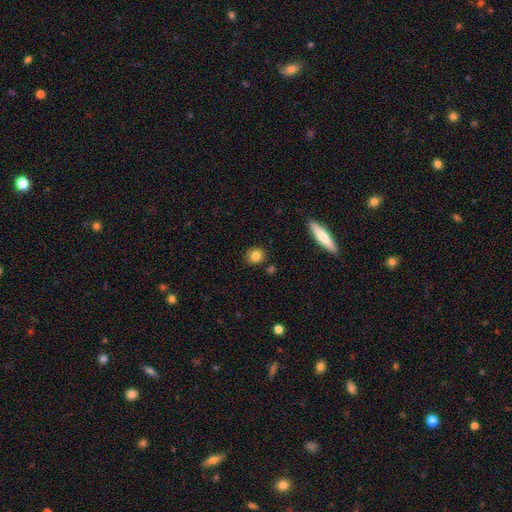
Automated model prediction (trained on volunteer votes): Overall: smooth (82%). How rounded: round (76%). Merging: none (85%).